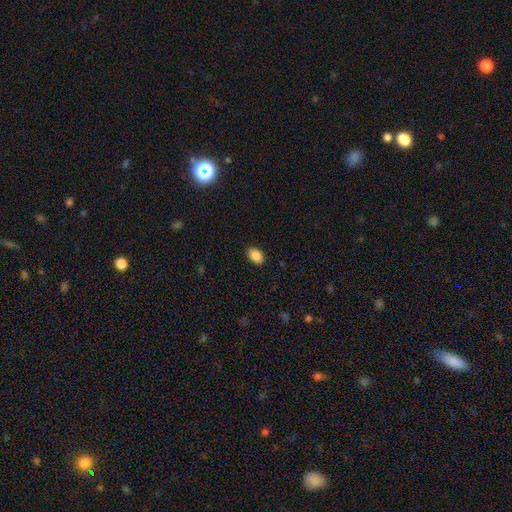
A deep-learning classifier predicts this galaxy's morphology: A smooth galaxy with no disk features (87%) that is in between round and cigar-shaped (86%).

Vote fractions:
- Smooth or featured? smooth: 87% / star or artifact: 8% / featured or disk: 4%
- How rounded? in between: 86% / round: 13% / cigar-shaped: 1%
- Merging? none: 88% / minor disturbance: 9% / major disturbance: 2% / merger: 1%